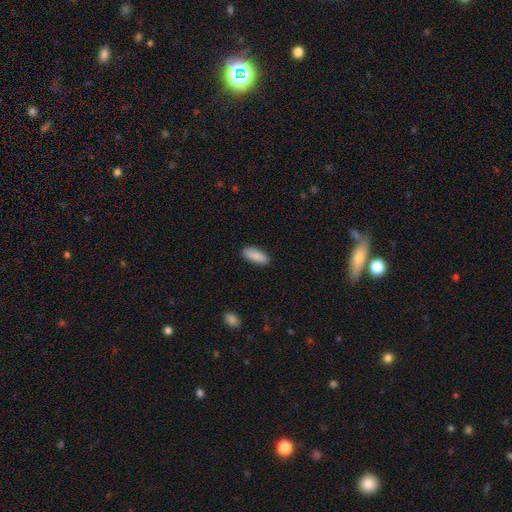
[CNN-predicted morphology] Smooth or featured? Predicted: smooth (p=0.89). How rounded? Predicted: in between (p=0.81). Merging? Predicted: none (p=0.88).